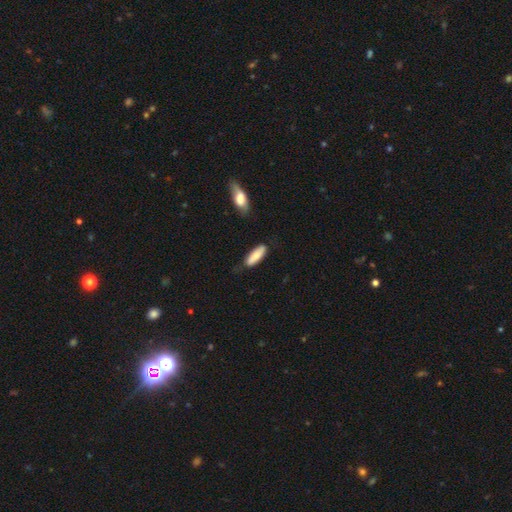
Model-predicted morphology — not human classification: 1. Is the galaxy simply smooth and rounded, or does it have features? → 79% smooth, 15% featured or disk, 6% star or artifact.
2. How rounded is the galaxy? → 54% in between, 44% cigar-shaped, 2% round.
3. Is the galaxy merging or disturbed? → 75% none, 18% minor disturbance, 4% major disturbance, 3% merger.